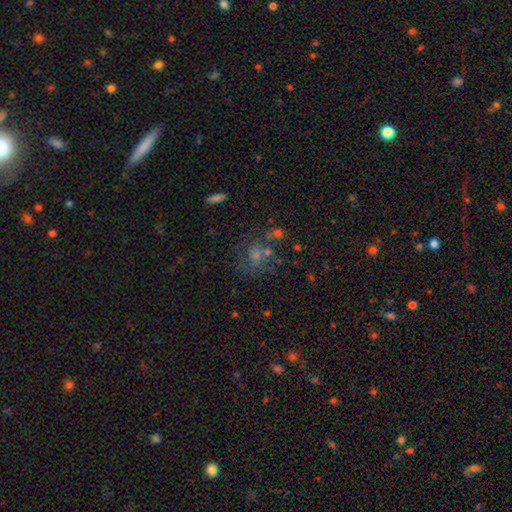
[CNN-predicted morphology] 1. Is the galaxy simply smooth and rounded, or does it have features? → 41% smooth, 38% featured or disk, 21% star or artifact.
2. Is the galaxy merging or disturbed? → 50% none, 19% major disturbance, 18% minor disturbance, 14% merger.